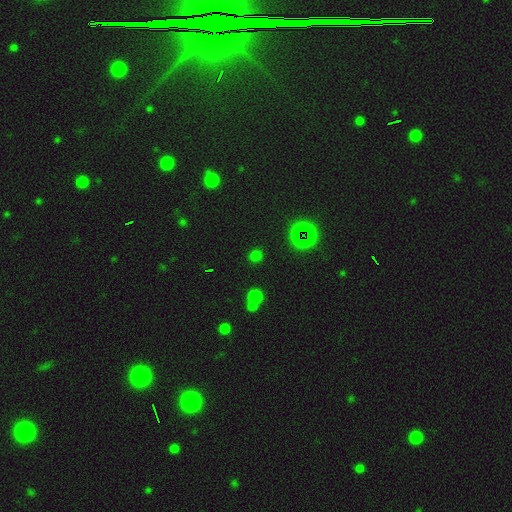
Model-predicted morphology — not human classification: This is possibly a smooth galaxy (56%). How rounded: clearly round (89%). Merging: likely none (79%).